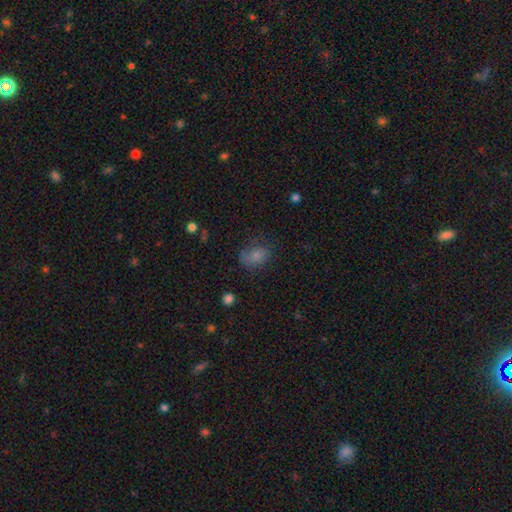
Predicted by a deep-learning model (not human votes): A smooth galaxy with no disk features (76%) that is in between round and cigar-shaped (68%).

Vote fractions:
- Smooth or featured? smooth: 76% / star or artifact: 12% / featured or disk: 12%
- How rounded? in between: 68% / round: 31% / cigar-shaped: 1%
- Merging? none: 58% / minor disturbance: 26% / major disturbance: 14% / merger: 2%